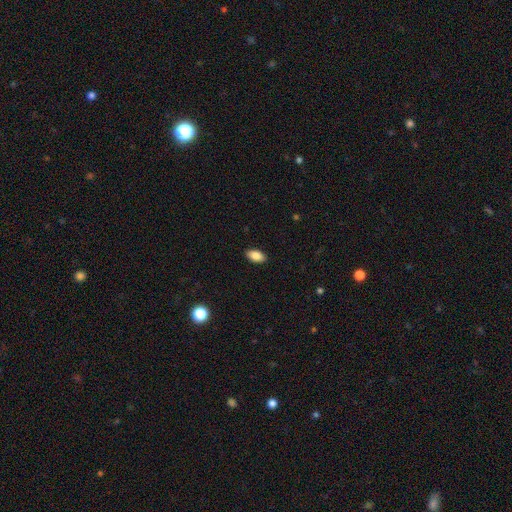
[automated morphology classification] This appears to be a smooth galaxy with no disk features (86%) that is in between round and cigar-shaped (93%). Merging: none (90%).